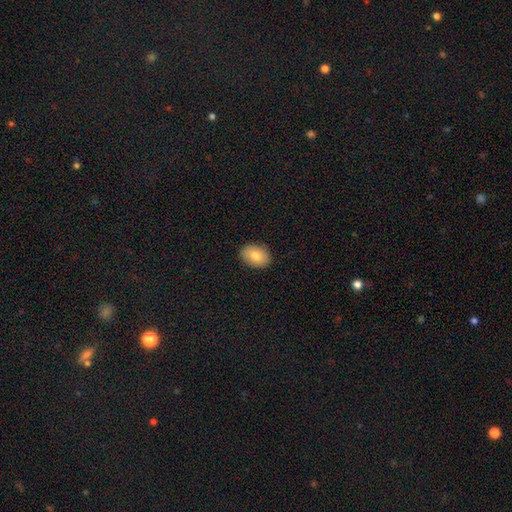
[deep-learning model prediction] A smooth galaxy with no disk features (79%) that is in between round and cigar-shaped (79%).

Vote fractions:
- Smooth or featured? smooth: 79% / featured or disk: 14% / star or artifact: 7%
- How rounded? in between: 79% / round: 20% / cigar-shaped: 1%
- Merging? none: 88% / minor disturbance: 9% / major disturbance: 2% / merger: 1%